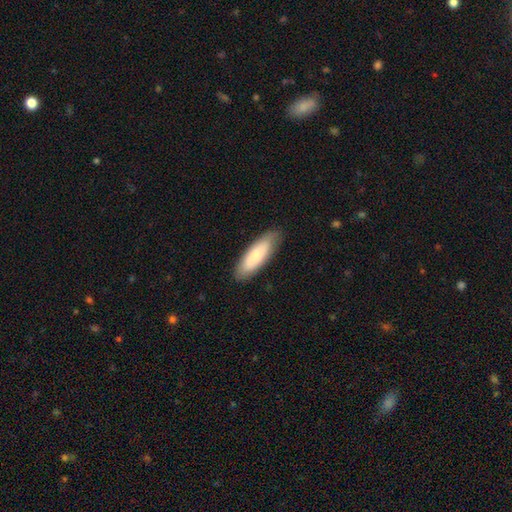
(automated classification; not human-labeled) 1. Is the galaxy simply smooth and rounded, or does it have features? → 76% smooth, 19% featured or disk, 5% star or artifact.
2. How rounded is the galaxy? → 56% in between, 43% cigar-shaped, 2% round.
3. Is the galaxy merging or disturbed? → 85% none, 12% minor disturbance, 2% major disturbance, 1% merger.